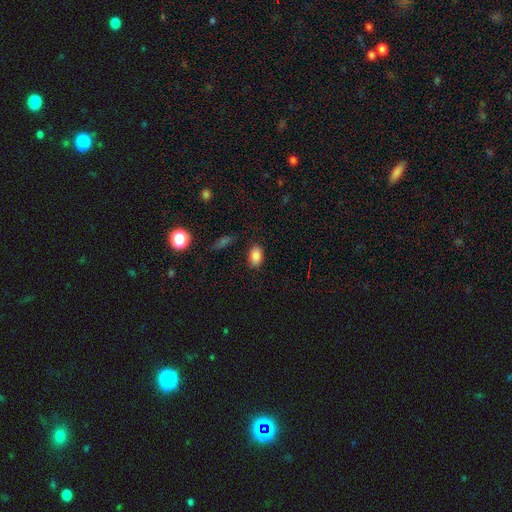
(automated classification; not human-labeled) Smooth or featured? smooth (86%)
How rounded? in between (88%)
Merging? none (85%)